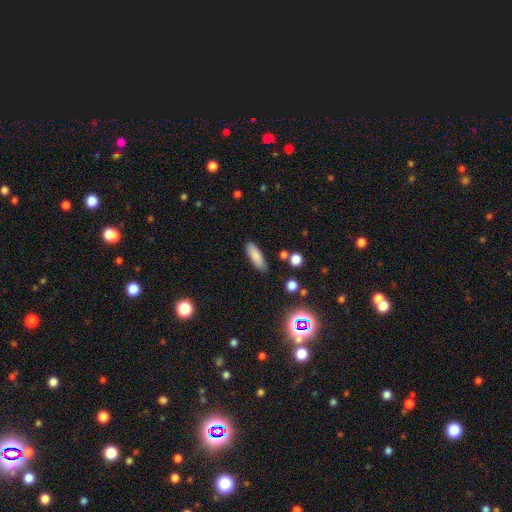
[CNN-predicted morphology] A smooth galaxy with no disk features (83%) that is in between round and cigar-shaped (58%).

Vote fractions:
- Smooth or featured? smooth: 83% / star or artifact: 9% / featured or disk: 8%
- How rounded? in between: 58% / cigar-shaped: 40% / round: 2%
- Merging? none: 83% / minor disturbance: 12% / major disturbance: 3% / merger: 3%